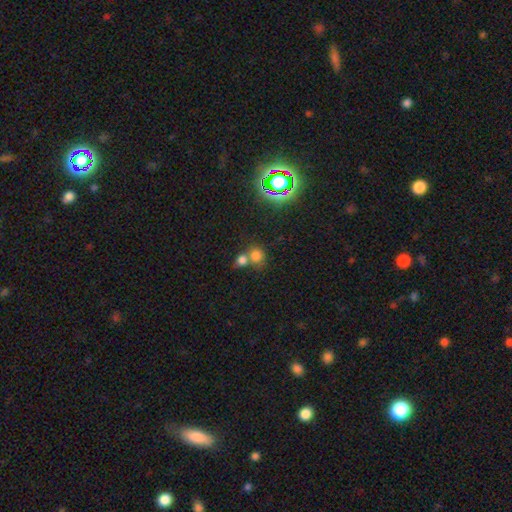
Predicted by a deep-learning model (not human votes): Smooth or featured: smooth — 71% (star or artifact — 20%)
How rounded: round — 74% (in between — 25%)
Merging: merger — 49% (none — 40%)